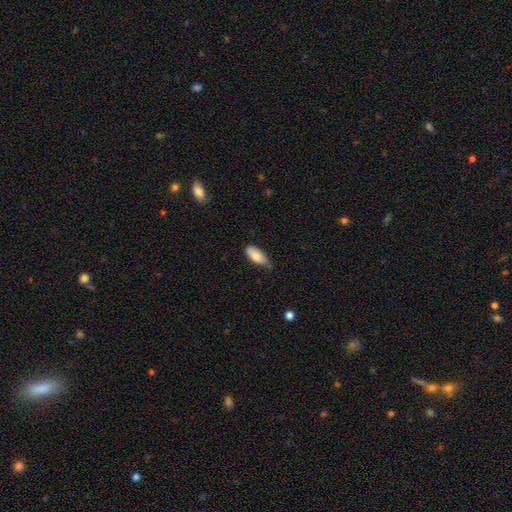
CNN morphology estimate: Smooth or featured: smooth — 80% (featured or disk — 13%)
How rounded: in between — 88% (cigar-shaped — 9%)
Merging: none — 59% (minor disturbance — 34%)